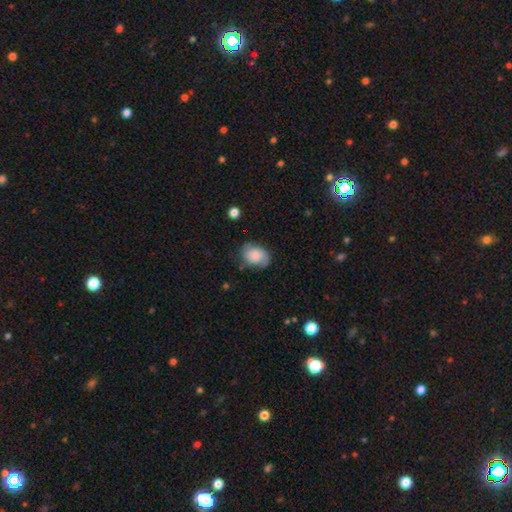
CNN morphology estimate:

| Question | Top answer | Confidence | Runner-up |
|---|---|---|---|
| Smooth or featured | smooth | 75% | featured or disk (17%) |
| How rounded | in between | 73% | round (26%) |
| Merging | none | 67% | minor disturbance (25%) |